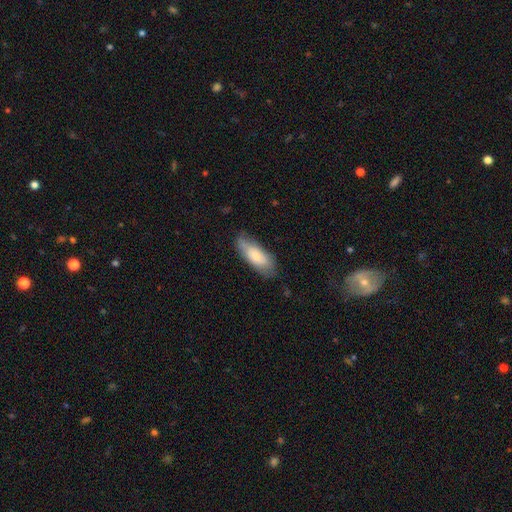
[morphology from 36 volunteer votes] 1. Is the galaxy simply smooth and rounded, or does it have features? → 69% smooth, 22% featured or disk, 8% star or artifact.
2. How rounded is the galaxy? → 80% in between, 20% cigar-shaped, 0% round.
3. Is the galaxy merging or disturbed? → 76% none, 24% minor disturbance, 0% major disturbance, 0% merger.